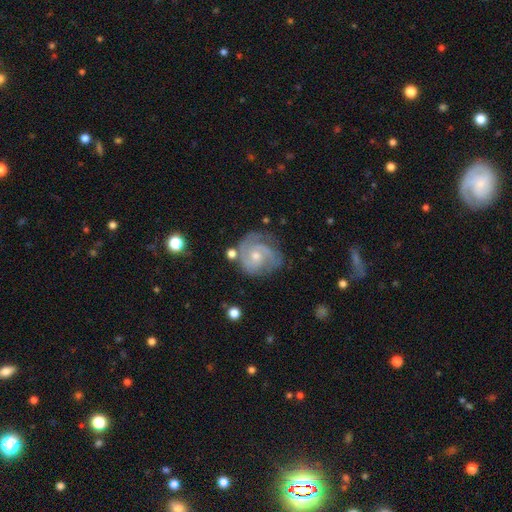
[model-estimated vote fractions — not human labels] Smooth or featured? Predicted: featured or disk (p=0.84). Edge-on disk? Predicted: no (p=0.98). Bar? Predicted: no (p=0.67). Spiral arms? Predicted: yes (p=0.95). Spiral winding? Predicted: tight (p=0.55). Spiral arm count? Predicted: 2 (p=0.46). Bulge size? Predicted: small (p=0.50). Merging? Predicted: none (p=0.66).